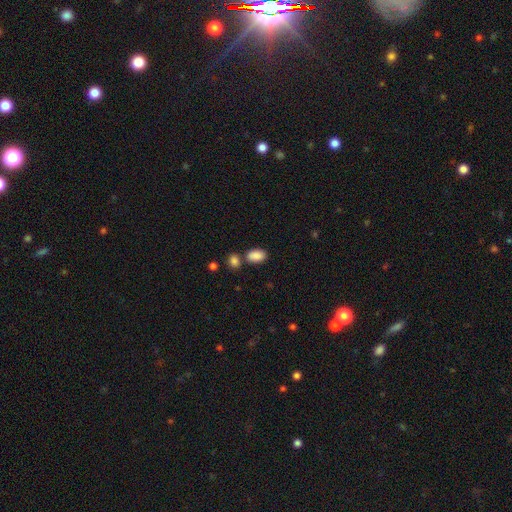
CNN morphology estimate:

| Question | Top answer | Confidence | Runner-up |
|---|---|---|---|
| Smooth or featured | smooth | 88% | star or artifact (8%) |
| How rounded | in between | 90% | round (9%) |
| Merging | none | 65% | merger (19%) |